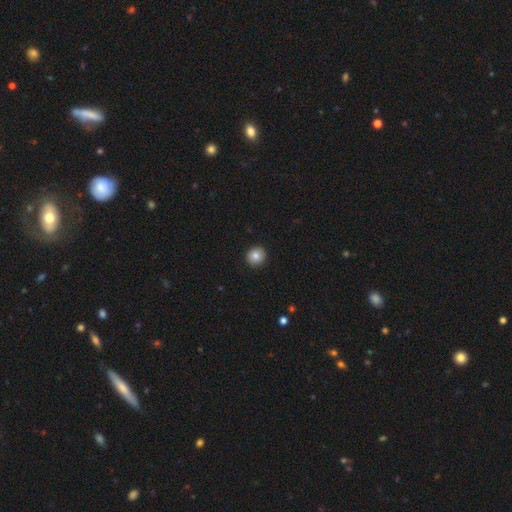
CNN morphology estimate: Q: Smooth or featured?
A: smooth (82%); runner-up: star or artifact (9%)
Q: How rounded?
A: round (91%); runner-up: in between (8%)
Q: Merging?
A: none (92%); runner-up: minor disturbance (6%)